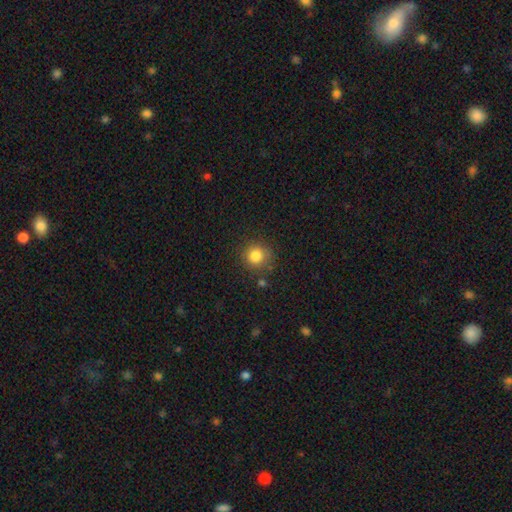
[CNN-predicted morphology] type=smooth (83%); roundness=round (91%); merging=none (83%).